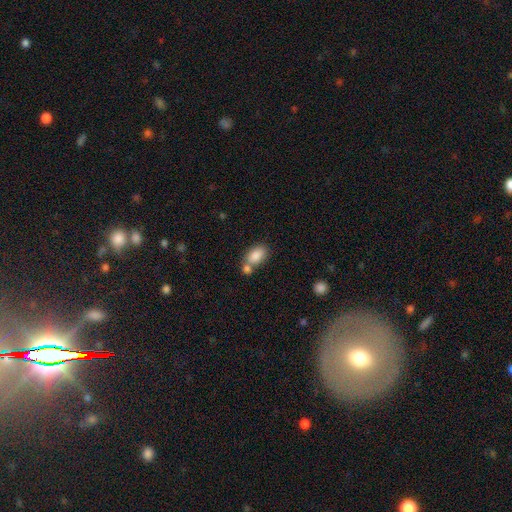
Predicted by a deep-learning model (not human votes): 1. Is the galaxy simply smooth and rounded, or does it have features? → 85% smooth, 8% featured or disk, 8% star or artifact.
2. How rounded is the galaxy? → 89% in between, 10% round, 2% cigar-shaped.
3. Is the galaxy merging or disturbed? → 45% none, 39% merger, 12% minor disturbance, 4% major disturbance.